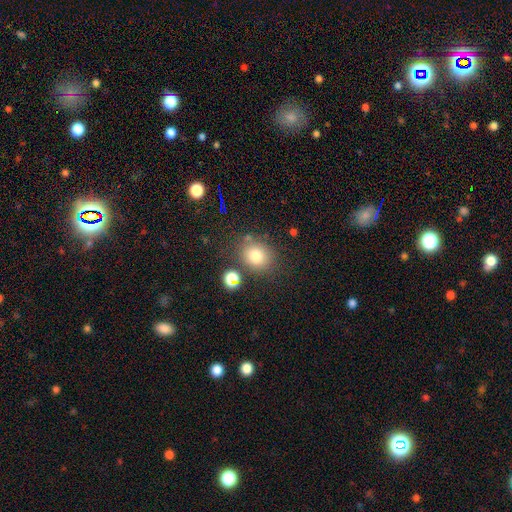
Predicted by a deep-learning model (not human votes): smooth 78%, star or artifact 13%, featured or disk 9%. Down the decision tree: how rounded — round (66%); merging — none (74%).